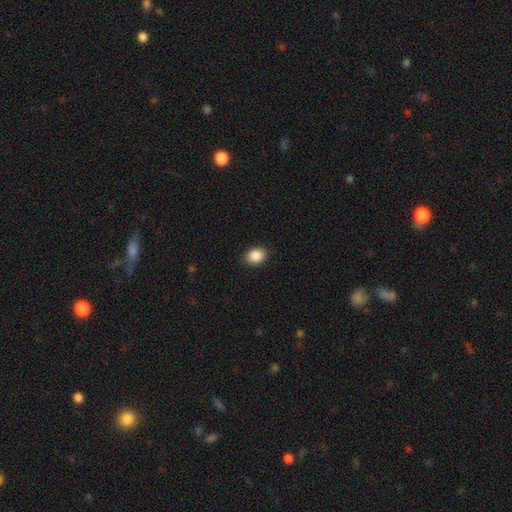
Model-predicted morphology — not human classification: This is clearly a smooth galaxy (89%). How rounded: possibly in between (60%). Merging: clearly none (89%).